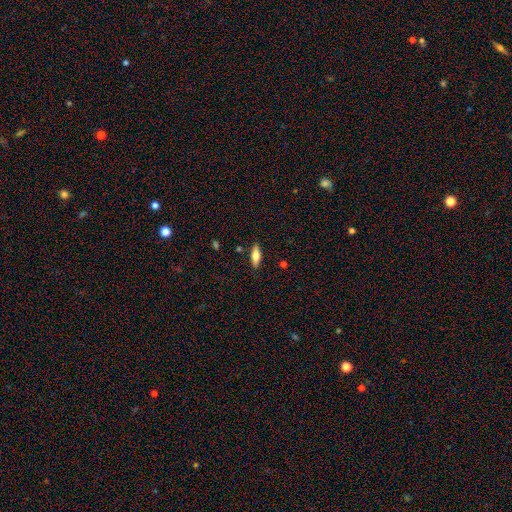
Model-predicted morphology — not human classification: The model was most divided on "how rounded": in between: 61%, cigar-shaped: 37%, round: 2%. More confident: merging — none (87%); smooth or featured — smooth (64%).